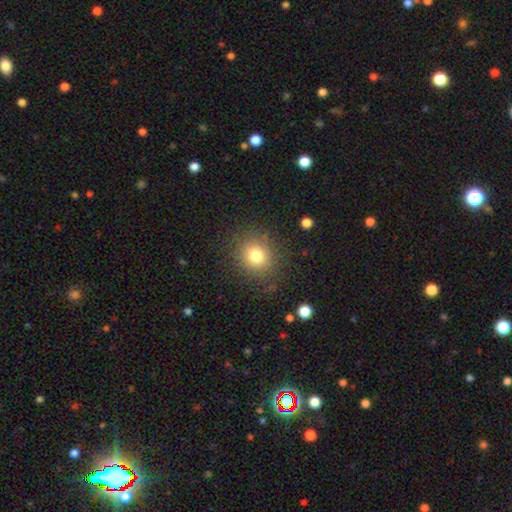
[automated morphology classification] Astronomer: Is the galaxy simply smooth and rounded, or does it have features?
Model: smooth — 78%.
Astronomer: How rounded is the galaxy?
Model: round — 82%.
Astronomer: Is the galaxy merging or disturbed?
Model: none — 85%.